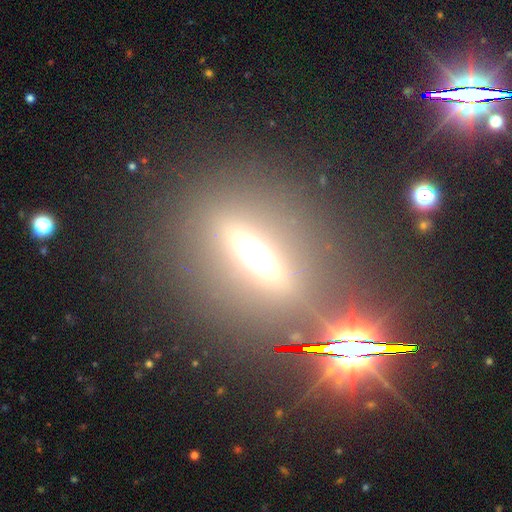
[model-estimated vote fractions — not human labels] smooth_or_featured: featured or disk (p=0.39) [alt: star or artifact p=0.38]
merging: none (p=0.82) [alt: minor disturbance p=0.08]